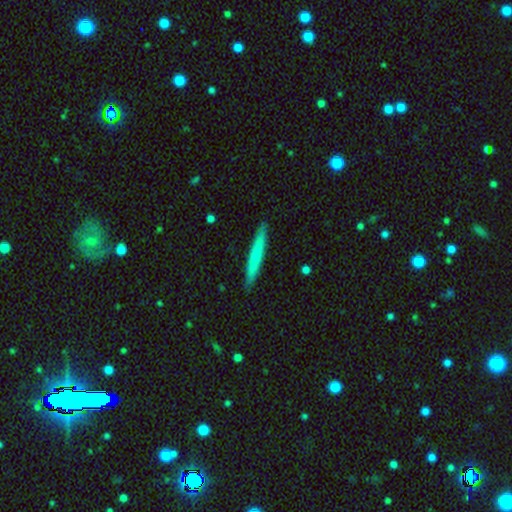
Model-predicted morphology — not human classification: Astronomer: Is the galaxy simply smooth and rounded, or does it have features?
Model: smooth — 69%.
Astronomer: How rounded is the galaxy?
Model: cigar-shaped — 96%.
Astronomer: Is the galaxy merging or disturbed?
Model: none — 91%.